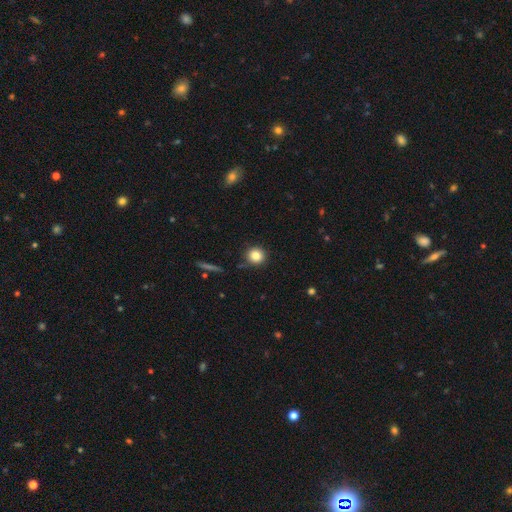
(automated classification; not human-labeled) A smooth galaxy with no disk features (83%) that is round (92%).

Vote fractions:
- Smooth or featured? smooth: 83% / star or artifact: 11% / featured or disk: 6%
- How rounded? round: 92% / in between: 6% / cigar-shaped: 1%
- Merging? none: 84% / minor disturbance: 10% / merger: 3% / major disturbance: 3%